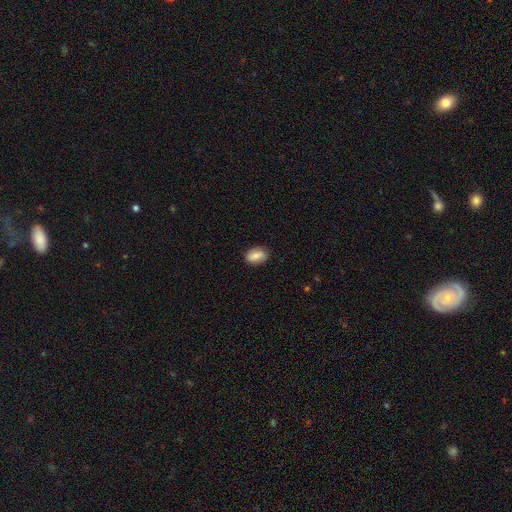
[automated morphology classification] Smooth or featured: smooth — 76% (featured or disk — 17%)
How rounded: in between — 86% (round — 12%)
Merging: none — 84% (minor disturbance — 13%)